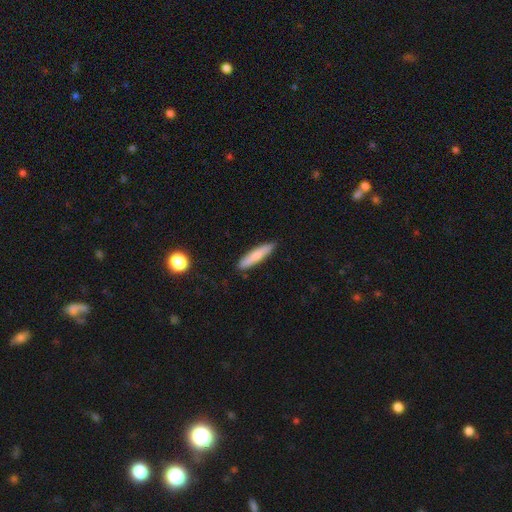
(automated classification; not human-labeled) Morphology: type=smooth (75%); roundness=cigar-shaped (87%); merging=none (87%).